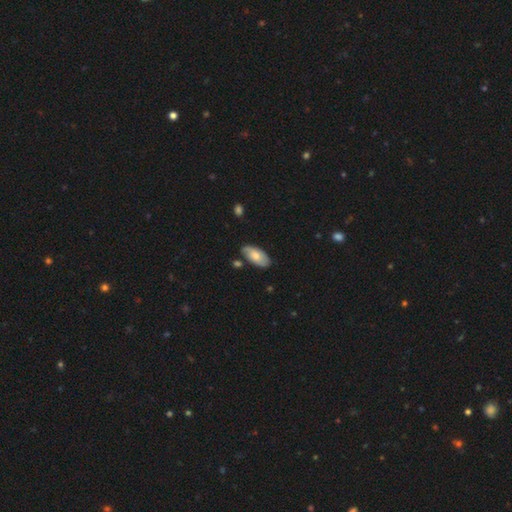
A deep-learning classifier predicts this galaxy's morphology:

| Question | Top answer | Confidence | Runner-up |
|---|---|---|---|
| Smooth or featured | smooth | 61% | featured or disk (32%) |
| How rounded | in between | 92% | cigar-shaped (5%) |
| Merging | none | 73% | minor disturbance (19%) |